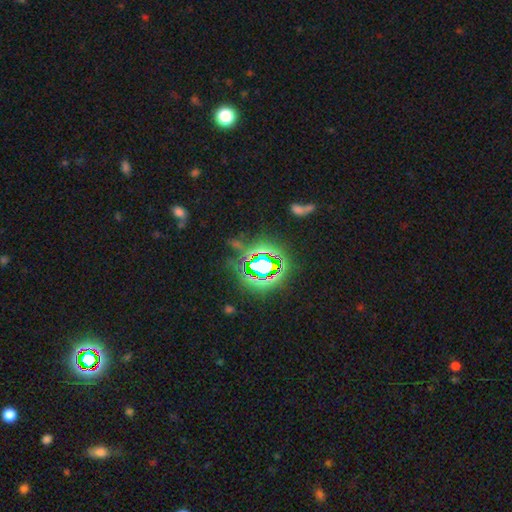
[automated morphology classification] Smooth or featured?
  - star or artifact: 82% *
  - smooth: 12%
  - featured or disk: 6%